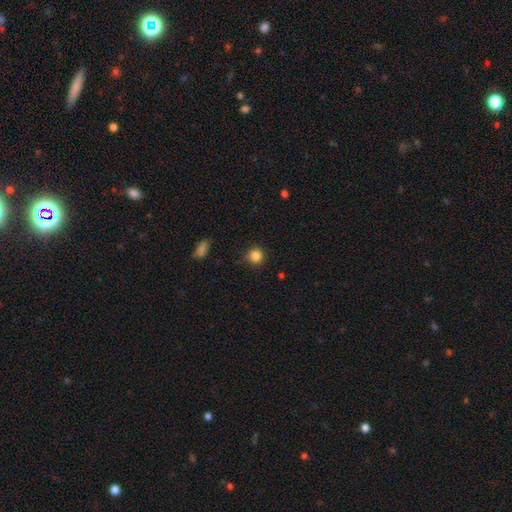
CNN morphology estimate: A smooth galaxy with no disk features (84%) that is round (91%). Merging: none (76%).